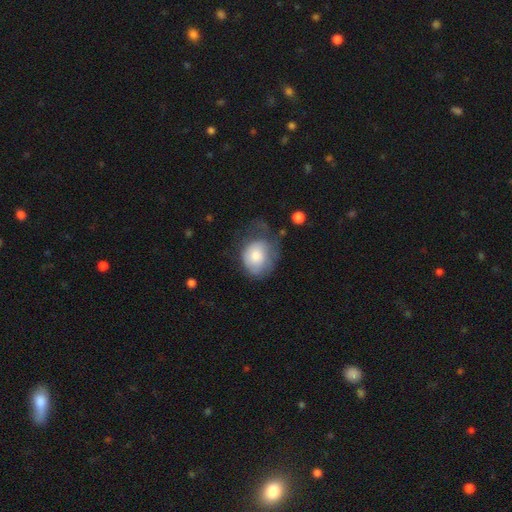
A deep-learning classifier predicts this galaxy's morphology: The model was most divided on "merging": major disturbance: 34%, minor disturbance: 33%, none: 30%, merger: 2%. More confident: smooth or featured — smooth (72%); how rounded — round (56%).